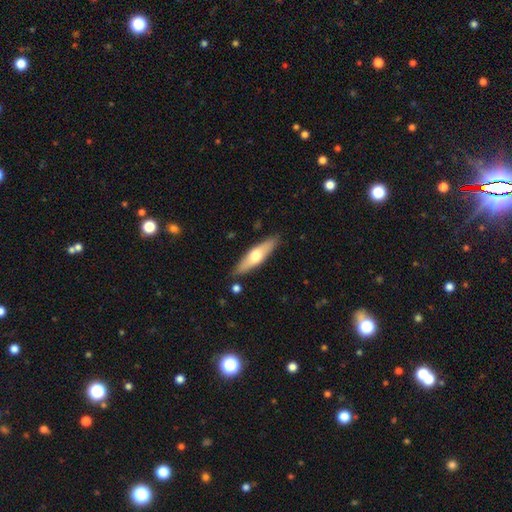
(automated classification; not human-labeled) Smooth or featured? Predicted: smooth (p=0.52). How rounded? Predicted: cigar-shaped (p=0.67). Merging? Predicted: none (p=0.86).